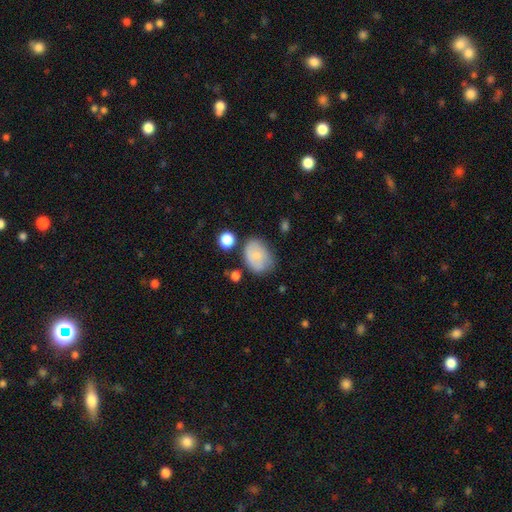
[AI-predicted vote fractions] Smooth or featured?
  - smooth: 75% *
  - featured or disk: 17%
  - star or artifact: 8%
How rounded?
  - in between: 72% *
  - round: 27%
  - cigar-shaped: 1%
Merging?
  - none: 57% *
  - minor disturbance: 28%
  - major disturbance: 9%
  - merger: 6%